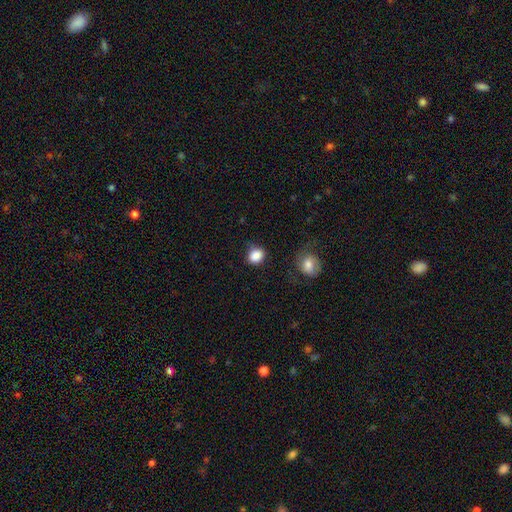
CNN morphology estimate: Q: Smooth or featured?
A: smooth (87%); runner-up: star or artifact (9%)
Q: How rounded?
A: round (64%); runner-up: in between (35%)
Q: Merging?
A: none (71%); runner-up: minor disturbance (20%)